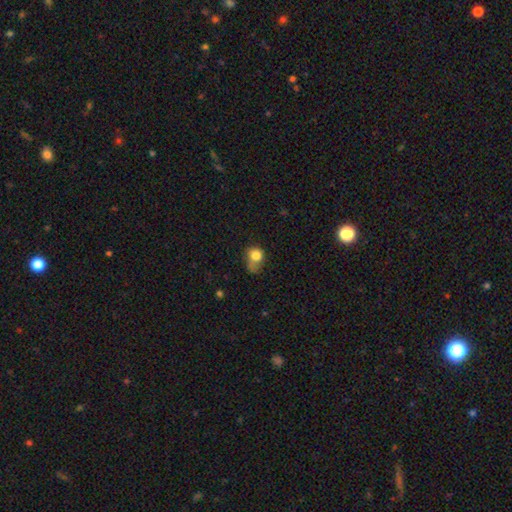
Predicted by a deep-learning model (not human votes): Smooth or featured? smooth (78%)
How rounded? round (62%)
Merging? minor disturbance (30%, tied with major disturbance)